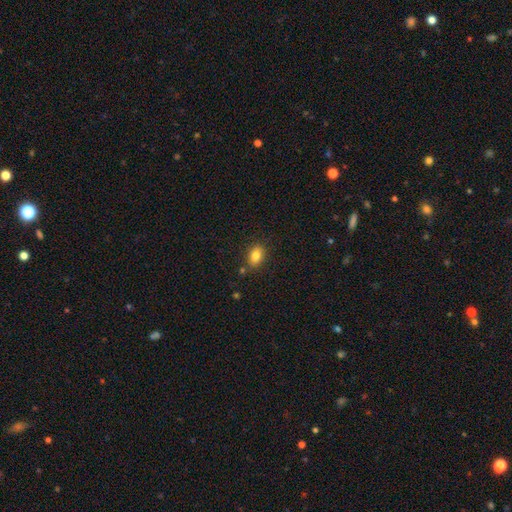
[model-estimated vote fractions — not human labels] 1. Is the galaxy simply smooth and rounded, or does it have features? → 82% smooth, 9% star or artifact, 9% featured or disk.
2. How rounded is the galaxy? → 81% in between, 17% round, 2% cigar-shaped.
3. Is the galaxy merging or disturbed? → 80% none, 12% minor disturbance, 5% merger, 3% major disturbance.